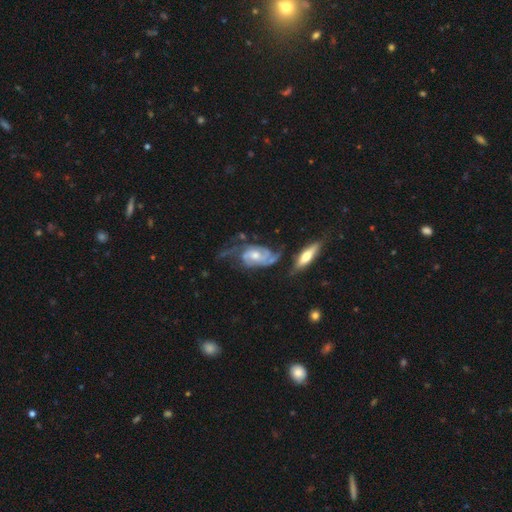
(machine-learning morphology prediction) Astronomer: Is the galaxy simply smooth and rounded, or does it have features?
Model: featured or disk — 85%.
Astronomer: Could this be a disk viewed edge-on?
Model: no — 95%.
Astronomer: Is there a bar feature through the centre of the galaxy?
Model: no — 62%.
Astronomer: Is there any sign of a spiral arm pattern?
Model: yes — 94%.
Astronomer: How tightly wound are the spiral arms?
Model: tight — 42% (runner-up: medium, 41%).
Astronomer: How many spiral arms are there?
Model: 2 — 50%.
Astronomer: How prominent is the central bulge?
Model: moderate — 59%.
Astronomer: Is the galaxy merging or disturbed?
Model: none — 36% (runner-up: major disturbance, 28%).